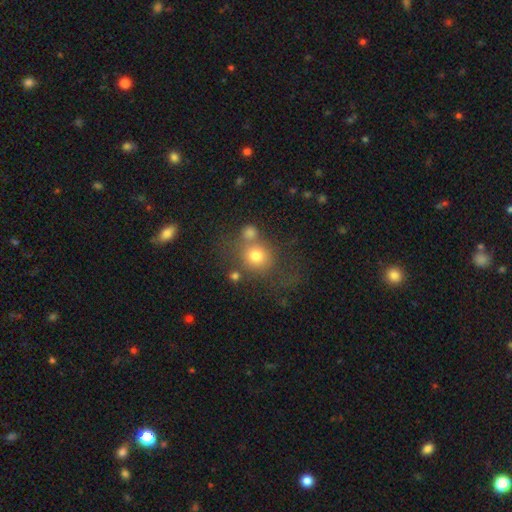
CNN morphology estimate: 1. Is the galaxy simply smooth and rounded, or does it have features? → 74% smooth, 14% star or artifact, 13% featured or disk.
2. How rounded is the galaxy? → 81% round, 18% in between, 1% cigar-shaped.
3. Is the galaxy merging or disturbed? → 50% none, 27% merger, 13% minor disturbance, 10% major disturbance.